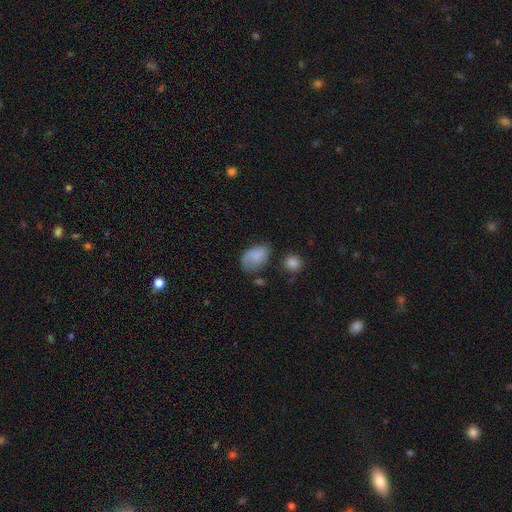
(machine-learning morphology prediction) Smooth or featured? smooth (66%)
How rounded? in between (82%)
Merging? none (46%)